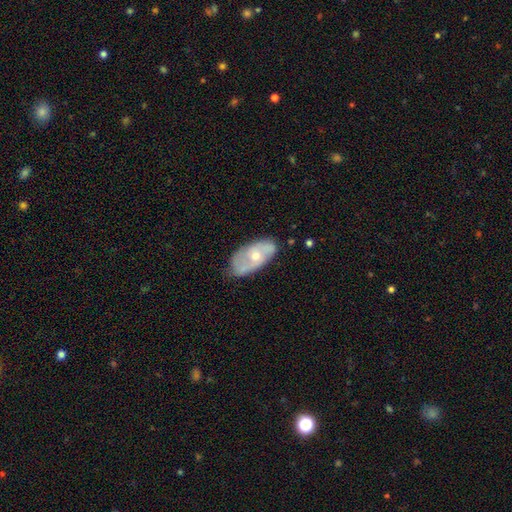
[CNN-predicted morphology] Smooth or featured: featured or disk — 59% (smooth — 34%)
Edge-on disk: no — 90% (yes — 10%)
Bar: no — 74% (weak — 22%)
Spiral arms: yes — 66% (no — 34%)
Bulge size: moderate — 50% (small — 46%)
Merging: none — 67% (minor disturbance — 26%)